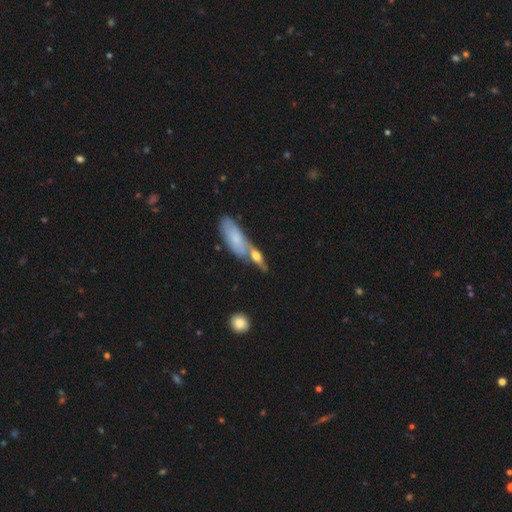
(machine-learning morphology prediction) smooth_or_featured: smooth (p=0.48) [alt: featured or disk p=0.43]
merging: none (p=0.42) [alt: merger p=0.41]